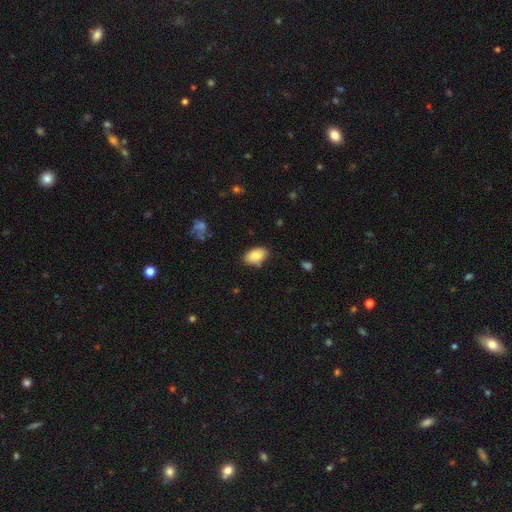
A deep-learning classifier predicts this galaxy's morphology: This is clearly a smooth galaxy (83%). How rounded: clearly in between (92%). Merging: likely none (78%).